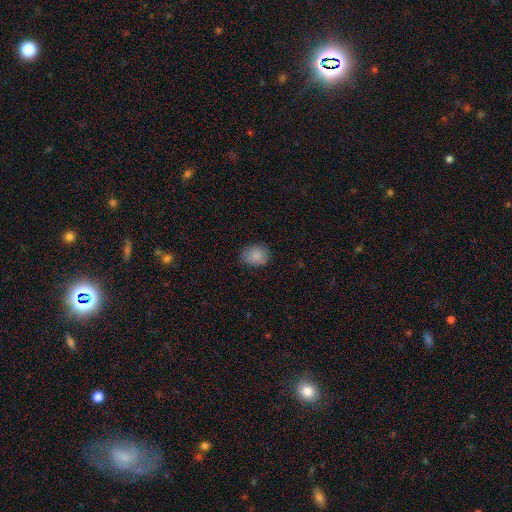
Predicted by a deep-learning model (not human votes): Smooth or featured: smooth — 86% (star or artifact — 8%)
How rounded: round — 55% (in between — 44%)
Merging: none — 80% (minor disturbance — 16%)